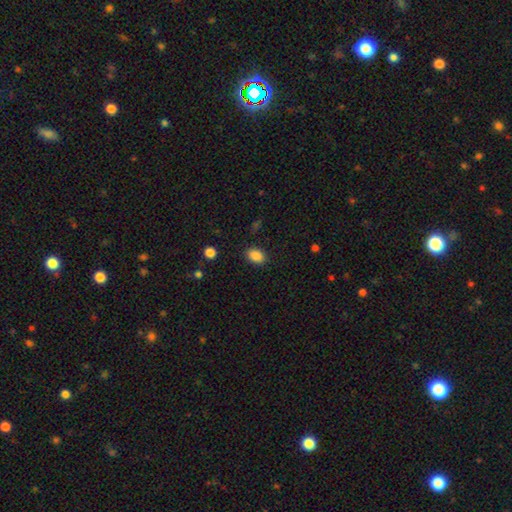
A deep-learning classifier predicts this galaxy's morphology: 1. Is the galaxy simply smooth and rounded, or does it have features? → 87% smooth, 9% star or artifact, 4% featured or disk.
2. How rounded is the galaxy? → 78% in between, 21% round, 1% cigar-shaped.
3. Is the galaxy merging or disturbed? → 87% none, 9% minor disturbance, 3% major disturbance, 1% merger.